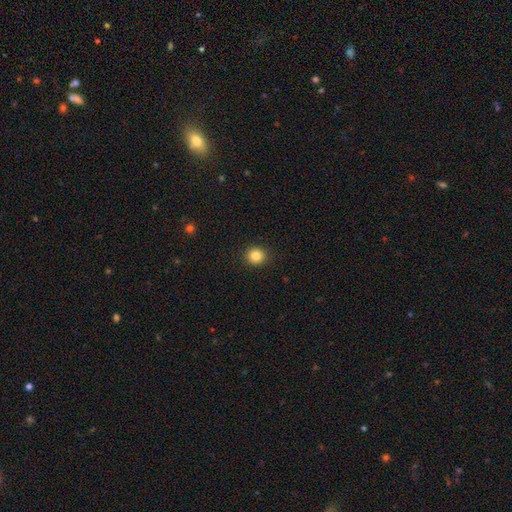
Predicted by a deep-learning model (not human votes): Smooth or featured? smooth (84%)
How rounded? round (89%)
Merging? none (92%)